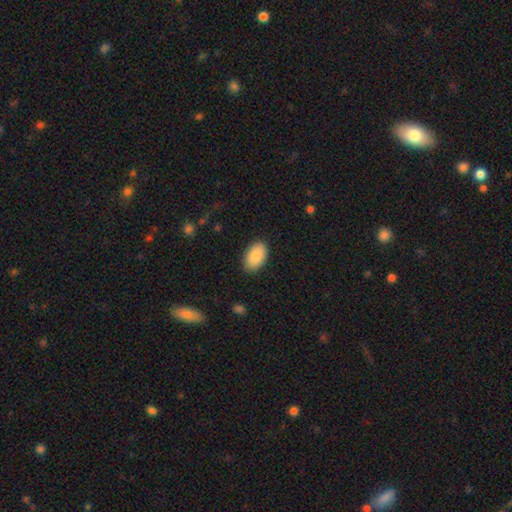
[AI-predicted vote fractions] Smooth or featured? Predicted: smooth (p=0.89). How rounded? Predicted: in between (p=0.94). Merging? Predicted: none (p=0.87).